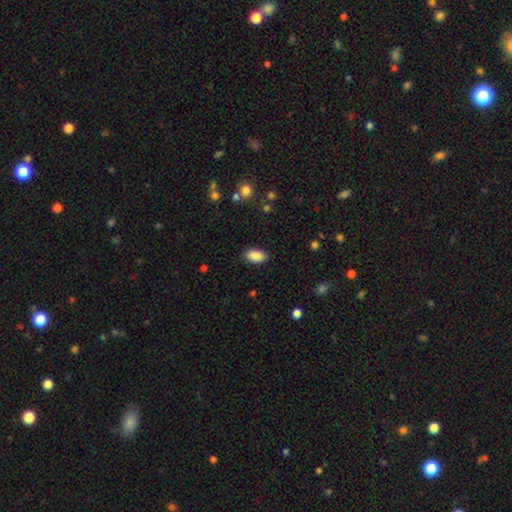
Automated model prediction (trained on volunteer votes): This appears to be a smooth galaxy with no disk features (89%) that is in between round and cigar-shaped (94%). Merging: none (88%).